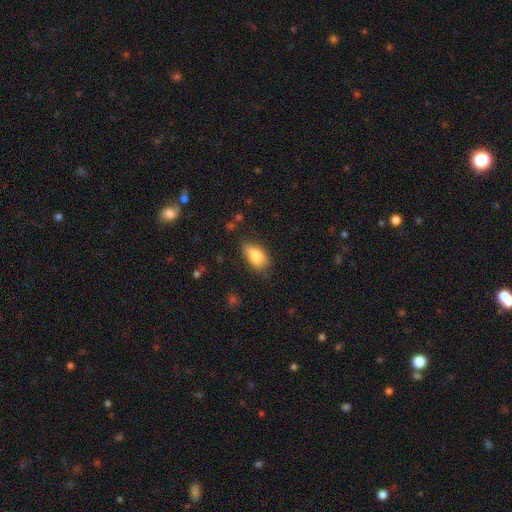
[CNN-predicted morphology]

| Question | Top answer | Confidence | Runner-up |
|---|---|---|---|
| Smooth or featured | smooth | 82% | featured or disk (10%) |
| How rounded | in between | 89% | round (6%) |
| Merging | none | 60% | minor disturbance (30%) |